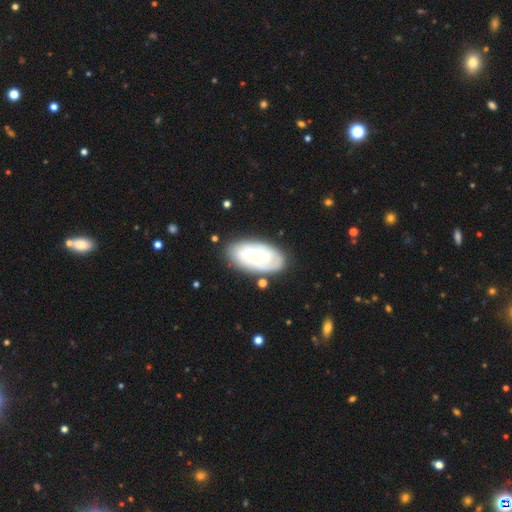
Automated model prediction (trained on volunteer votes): Smooth or featured?
  - smooth: 49% *
  - featured or disk: 44%
  - star or artifact: 7%
Merging?
  - none: 78% *
  - minor disturbance: 15%
  - major disturbance: 4%
  - merger: 3%